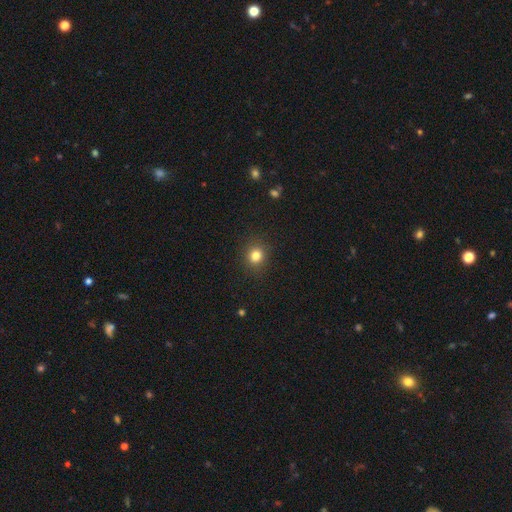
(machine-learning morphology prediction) Smooth or featured? Predicted: smooth (p=0.82). How rounded? Predicted: round (p=0.84). Merging? Predicted: none (p=0.90).